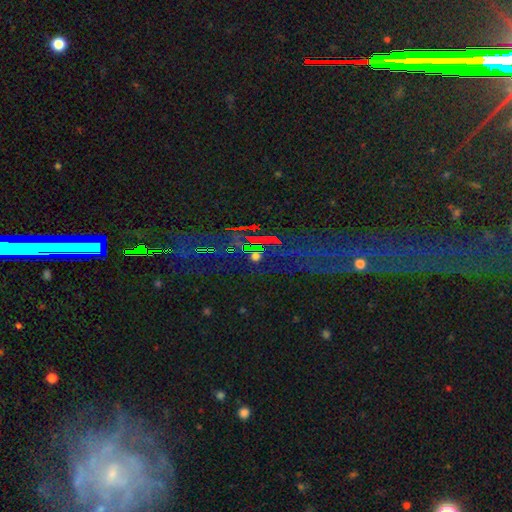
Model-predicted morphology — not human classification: A star or artifact, not a galaxy (77%).

Vote fractions:
- Smooth or featured? star or artifact: 77% / smooth: 14% / featured or disk: 9%